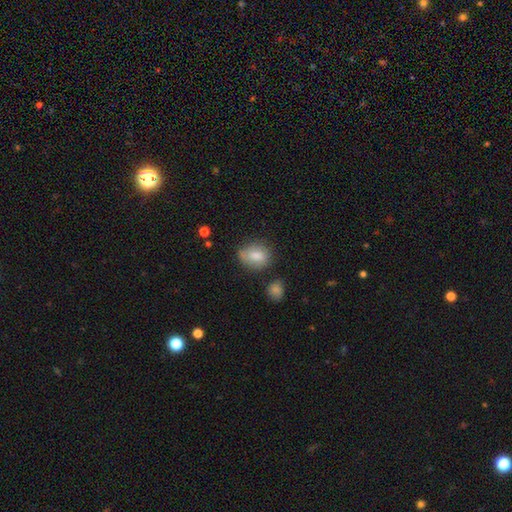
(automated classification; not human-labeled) Smooth or featured: smooth — 80% (featured or disk — 11%)
How rounded: in between — 59% (round — 39%)
Merging: none — 60% (minor disturbance — 27%)